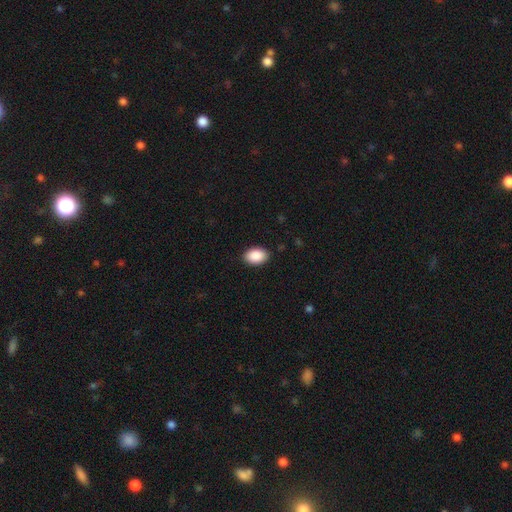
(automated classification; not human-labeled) smooth 90%, star or artifact 7%, featured or disk 3%. Down the decision tree: how rounded — in between (89%); merging — none (90%).